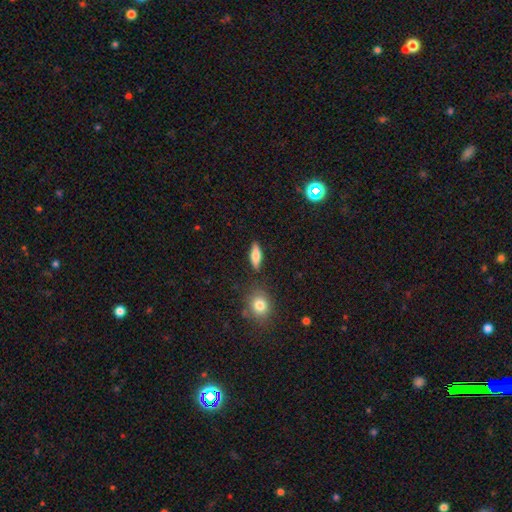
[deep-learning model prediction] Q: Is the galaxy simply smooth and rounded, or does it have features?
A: smooth — 69%.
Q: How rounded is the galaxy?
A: in between — 60%.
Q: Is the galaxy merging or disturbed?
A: none — 84%.